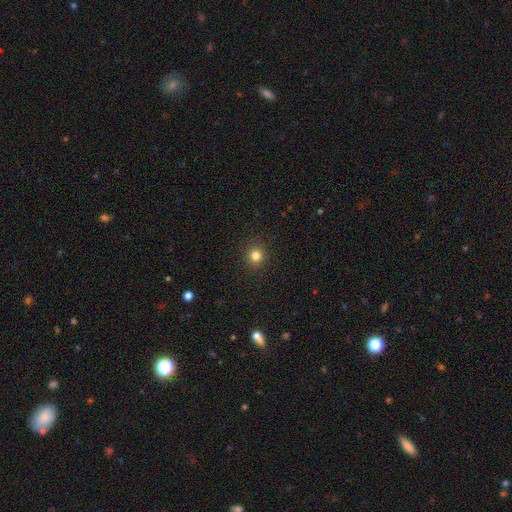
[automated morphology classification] smooth 82%, star or artifact 14%, featured or disk 5%. Down the decision tree: how rounded — round (92%); merging — none (92%).